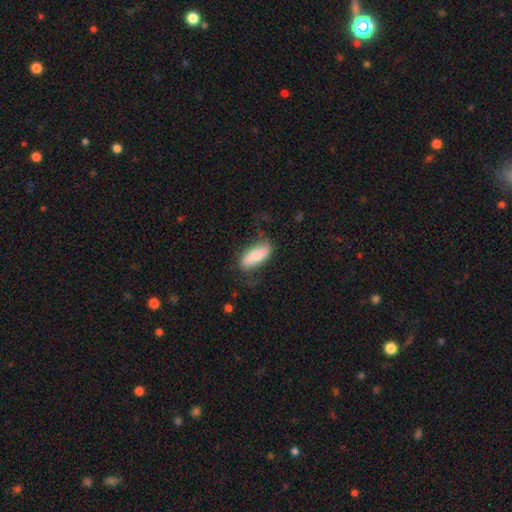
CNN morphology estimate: smooth_or_featured: smooth (p=0.71) [alt: featured or disk p=0.23]
how_rounded: in between (p=0.78) [alt: cigar-shaped p=0.20]
merging: none (p=0.66) [alt: minor disturbance p=0.22]